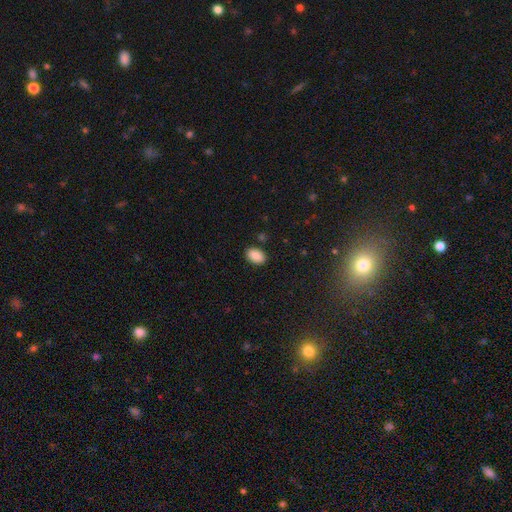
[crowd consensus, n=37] smooth-or-featured: smooth: 92% | featured or disk: 5% | star or artifact: 3%
  how-rounded: in between: 76% | round: 24% | cigar-shaped: 0%
  merging: none: 83% | minor disturbance: 8% | major disturbance: 6% | merger: 3%